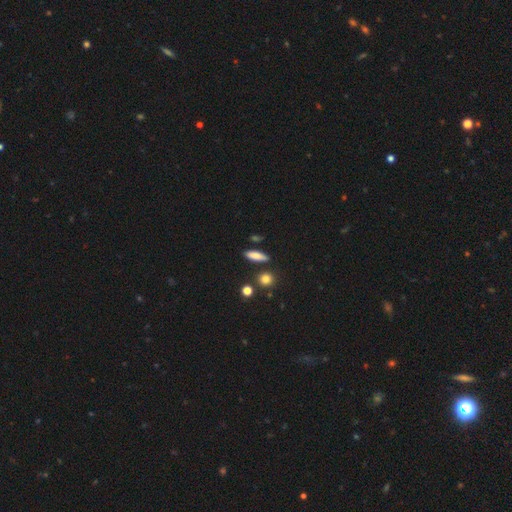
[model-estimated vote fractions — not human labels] smooth_or_featured: smooth (p=0.77) [alt: featured or disk p=0.14]
how_rounded: cigar-shaped (p=0.56) [alt: in between p=0.40]
merging: none (p=0.83) [alt: minor disturbance p=0.10]